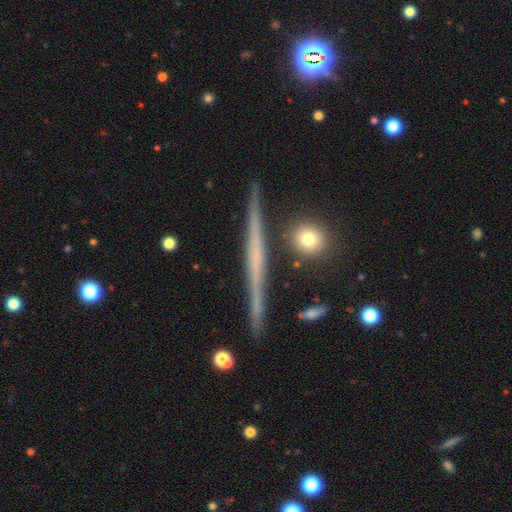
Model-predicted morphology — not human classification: Overall: featured or disk (67%). Edge-on disk: yes (98%). Edge-on bulge: none (84%). Merging: none (89%).